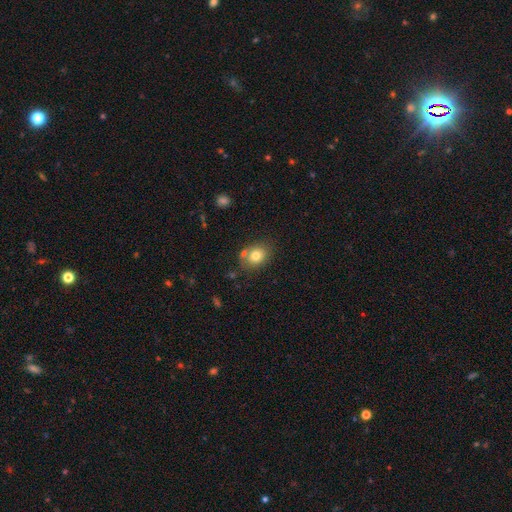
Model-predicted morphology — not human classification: Q: Smooth or featured?
A: smooth (77%); runner-up: featured or disk (12%)
Q: How rounded?
A: round (51%); runner-up: in between (48%)
Q: Merging?
A: none (69%); runner-up: minor disturbance (14%)